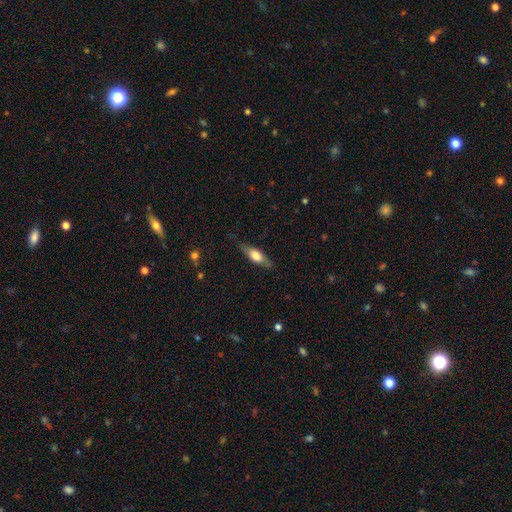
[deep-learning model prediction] This is possibly a smooth galaxy (60%). How rounded: likely in between (63%). Merging: likely none (74%).